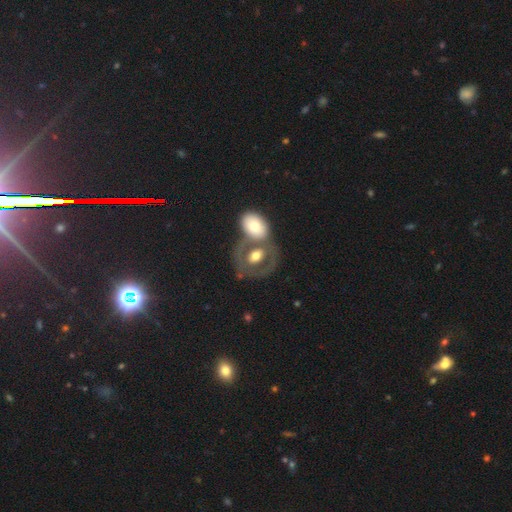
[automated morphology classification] Smooth or featured: smooth — 48% (featured or disk — 45%)
Merging: none — 40% (tied with merger — 40%)